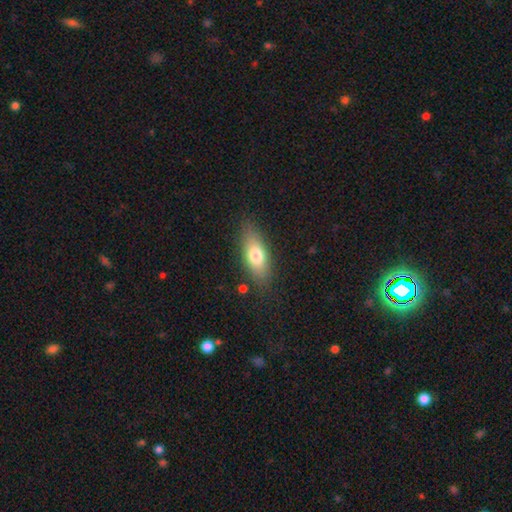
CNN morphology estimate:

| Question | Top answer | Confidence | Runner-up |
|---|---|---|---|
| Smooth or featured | smooth | 74% | featured or disk (19%) |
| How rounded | in between | 78% | cigar-shaped (18%) |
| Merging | none | 81% | minor disturbance (14%) |